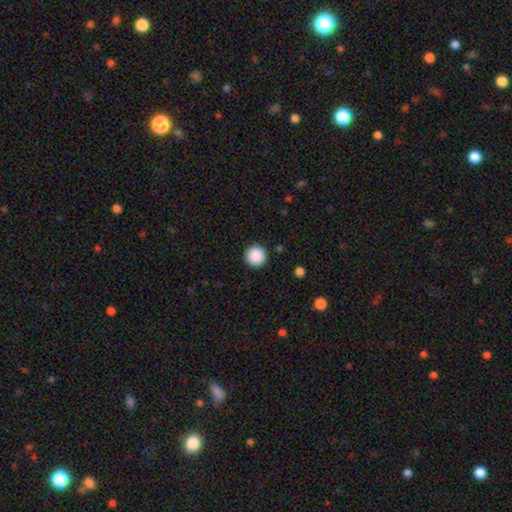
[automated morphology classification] type=smooth (89%); roundness=round (97%); merging=none (93%).